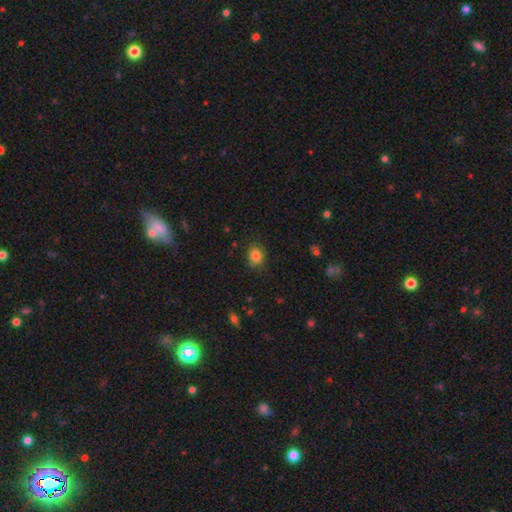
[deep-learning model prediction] Overall: smooth (83%). How rounded: round (56%; in between 43%). Merging: none (81%).